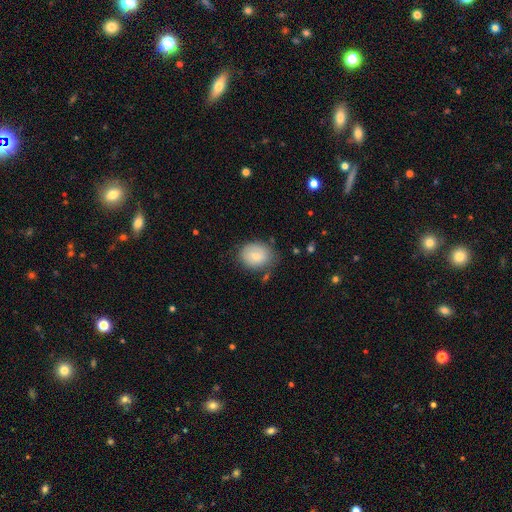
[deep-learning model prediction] smooth-or-featured: smooth: 78% | featured or disk: 14% | star or artifact: 7%
  how-rounded: in between: 54% | round: 45% | cigar-shaped: 1%
  merging: none: 71% | minor disturbance: 21% | major disturbance: 5% | merger: 3%